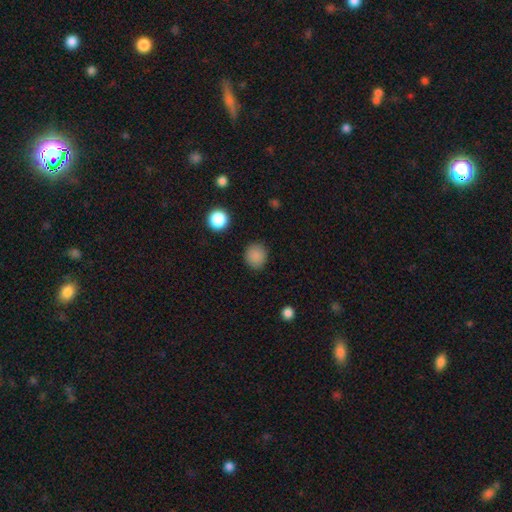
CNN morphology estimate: smooth-or-featured: smooth: 86% | star or artifact: 10% | featured or disk: 3%
  how-rounded: round: 85% | in between: 14% | cigar-shaped: 1%
  merging: none: 88% | minor disturbance: 8% | major disturbance: 3% | merger: 1%